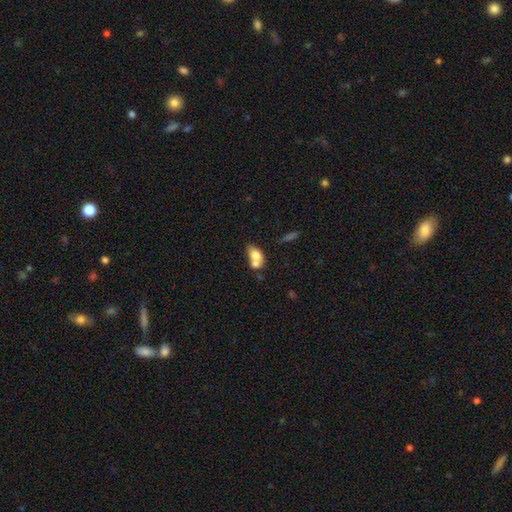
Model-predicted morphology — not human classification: smooth_or_featured: smooth (p=0.69) [alt: featured or disk p=0.23]
how_rounded: in between (p=0.74) [alt: round p=0.24]
merging: merger (p=0.62) [alt: none p=0.22]